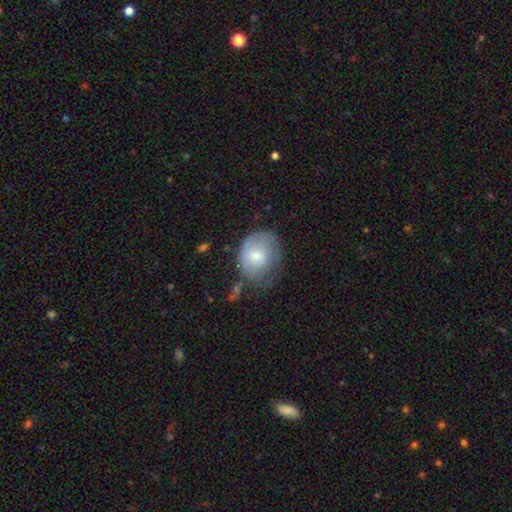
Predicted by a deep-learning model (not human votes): smooth_or_featured: smooth (p=0.68) [alt: featured or disk p=0.25]
how_rounded: round (p=0.57) [alt: in between p=0.42]
merging: none (p=0.41) [alt: minor disturbance p=0.33]